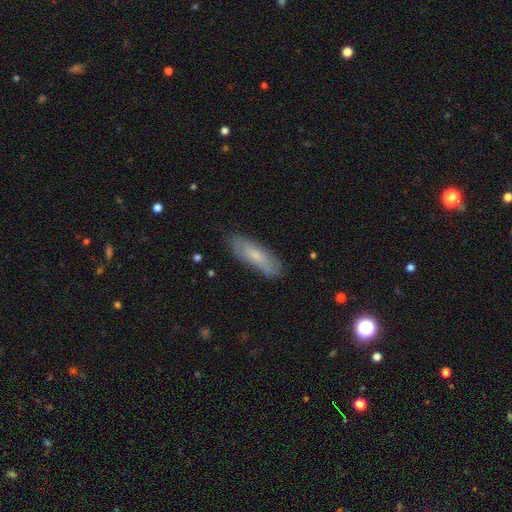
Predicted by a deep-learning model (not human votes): Overall: smooth (64%; featured or disk 29%). How rounded: cigar-shaped (50%; in between 48%). Merging: none (82%).